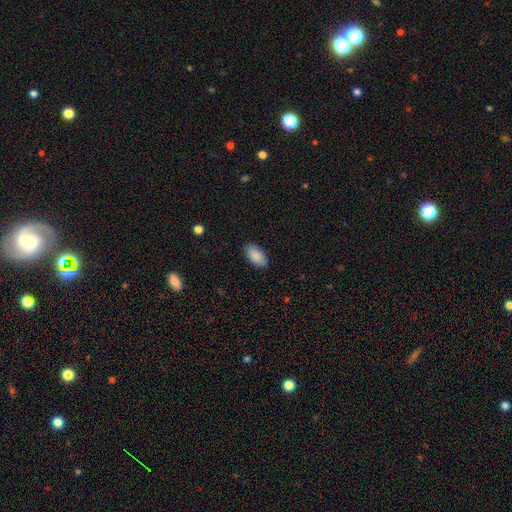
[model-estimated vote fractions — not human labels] A smooth galaxy with no disk features (89%) that is in between round and cigar-shaped (94%).

Vote fractions:
- Smooth or featured? smooth: 89% / star or artifact: 6% / featured or disk: 5%
- How rounded? in between: 94% / cigar-shaped: 4% / round: 2%
- Merging? none: 87% / minor disturbance: 10% / major disturbance: 2% / merger: 1%